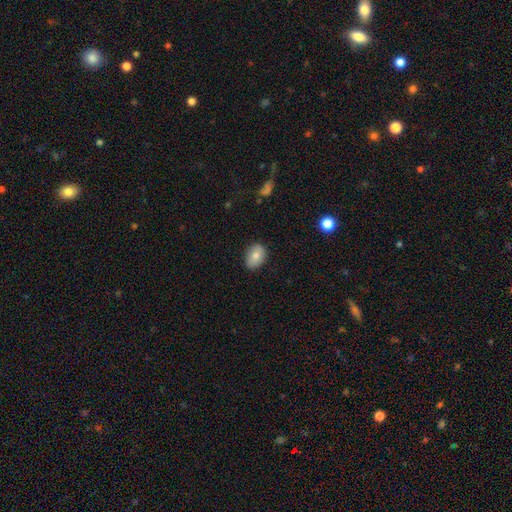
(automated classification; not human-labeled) Smooth or featured?
  - smooth: 77% *
  - featured or disk: 15%
  - star or artifact: 8%
How rounded?
  - in between: 72% *
  - round: 26%
  - cigar-shaped: 1%
Merging?
  - none: 82% *
  - minor disturbance: 14%
  - major disturbance: 2%
  - merger: 1%